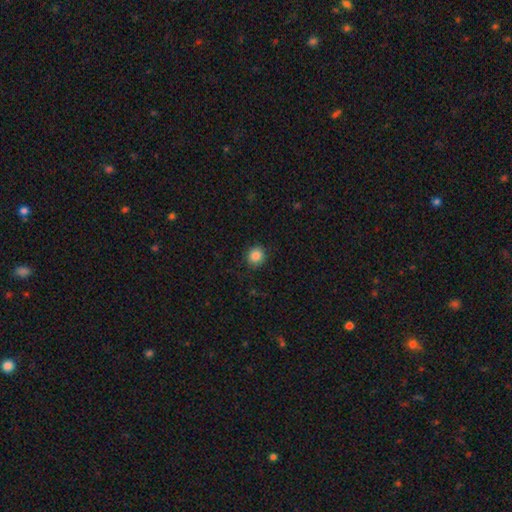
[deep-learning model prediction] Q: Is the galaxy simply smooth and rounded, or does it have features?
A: smooth — 87%.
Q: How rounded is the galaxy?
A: round — 86%.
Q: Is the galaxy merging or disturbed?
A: none — 89%.